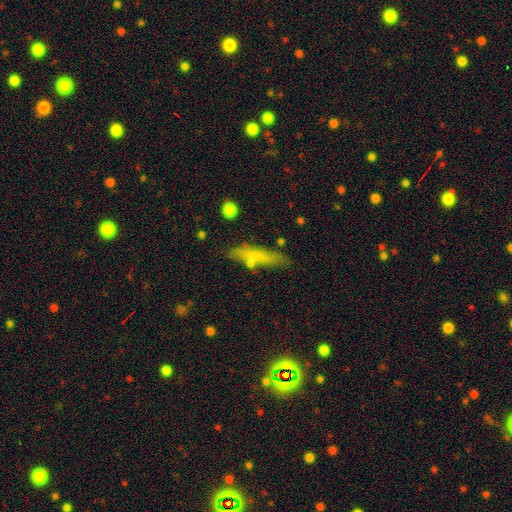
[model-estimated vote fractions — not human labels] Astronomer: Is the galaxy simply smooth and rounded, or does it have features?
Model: smooth — 66%.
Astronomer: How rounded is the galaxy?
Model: cigar-shaped — 83%.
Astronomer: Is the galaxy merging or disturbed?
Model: none — 78%.